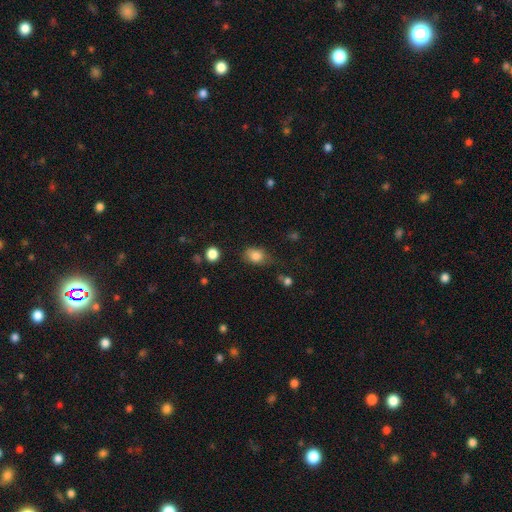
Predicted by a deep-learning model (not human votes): The model was most divided on "merging": none: 59%, minor disturbance: 28%, major disturbance: 9%, merger: 4%. More confident: smooth or featured — smooth (82%); how rounded — in between (67%).